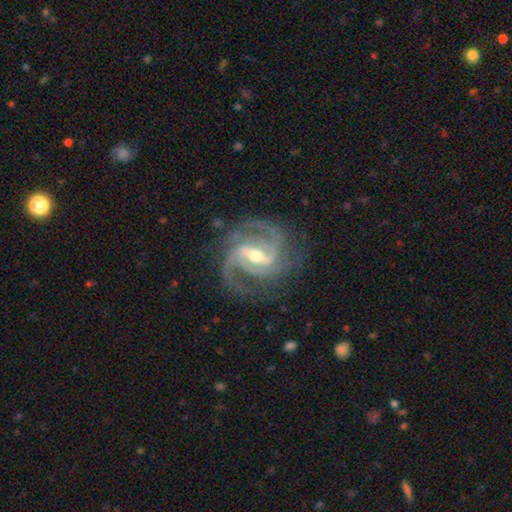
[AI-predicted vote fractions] A featured or disk galaxy (93%) with a strong bar (49%), 3 (40%) medium (56%) spiral arms (99%) and a moderate central bulge (60%).

Vote fractions:
- Smooth or featured? featured or disk: 93% / star or artifact: 4% / smooth: 2%
- Edge-on disk? no: 98% / yes: 2%
- Bar? strong: 49% / weak: 40% / no: 12%
- Spiral arms? yes: 99% / no: 1%
- Spiral winding? medium: 56% / tight: 35% / loose: 9%
- Spiral arm count? 3: 40% / 2: 39% / 4: 8% / can't tell: 5% / 1: 4% / more than 4: 4%
- Bulge size? moderate: 60% / small: 35% / large: 3% / none: 1% / dominant: 1%
- Merging? none: 77% / minor disturbance: 15% / major disturbance: 6% / merger: 1%